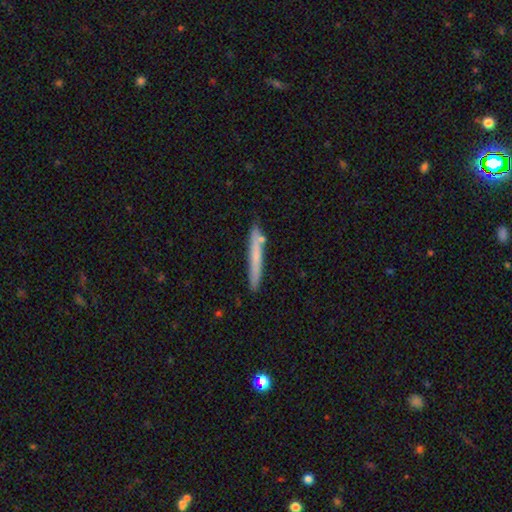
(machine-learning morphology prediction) Smooth or featured?
  - smooth: 65% *
  - featured or disk: 29%
  - star or artifact: 6%
How rounded?
  - cigar-shaped: 96% *
  - in between: 3%
  - round: 1%
Merging?
  - none: 81% *
  - minor disturbance: 12%
  - merger: 5%
  - major disturbance: 2%